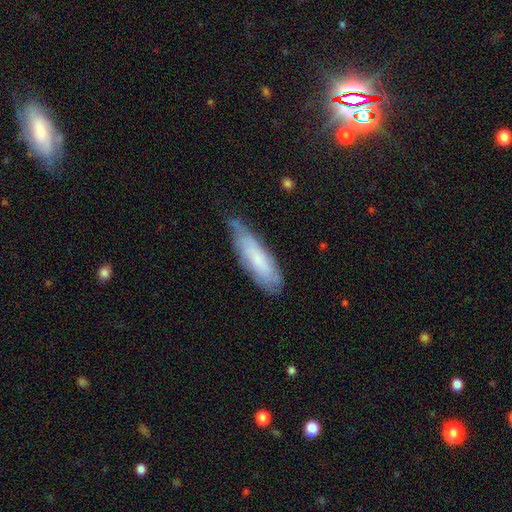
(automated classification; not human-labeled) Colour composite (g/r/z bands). It shows a smooth galaxy with no disk features (56%) that is cigar-shaped (62%). Merging: none (62%).